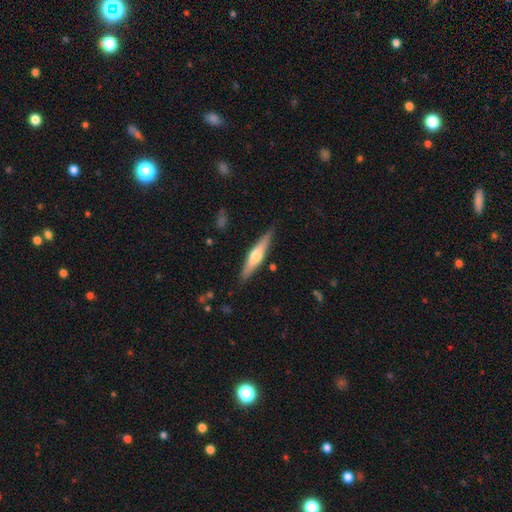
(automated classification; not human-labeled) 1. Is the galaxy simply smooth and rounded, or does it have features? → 56% featured or disk, 39% smooth, 5% star or artifact.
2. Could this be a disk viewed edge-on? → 95% yes, 5% no.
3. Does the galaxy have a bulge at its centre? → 90% rounded, 5% none, 5% boxy.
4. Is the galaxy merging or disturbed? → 87% none, 10% minor disturbance, 2% major disturbance, 1% merger.